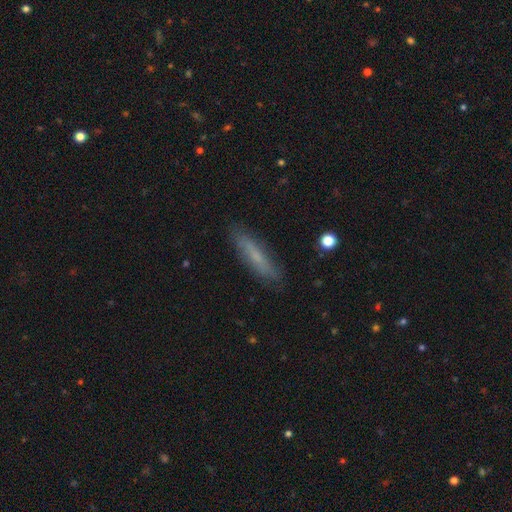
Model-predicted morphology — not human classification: Overall: smooth (61%; featured or disk 31%). How rounded: cigar-shaped (82%). Merging: none (85%).